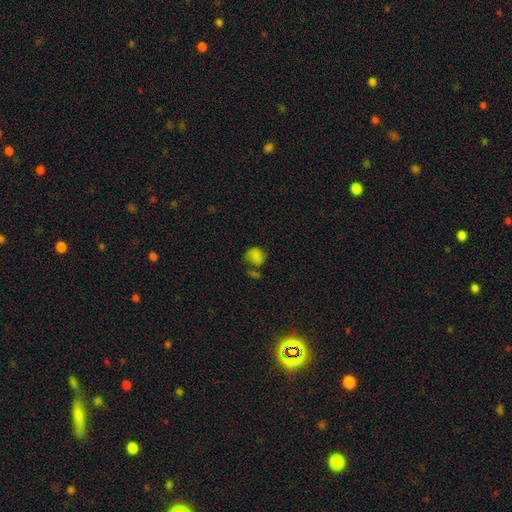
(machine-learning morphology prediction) This appears to be a smooth galaxy with no disk features (74%) that is round (73%). Merging: none (47%).